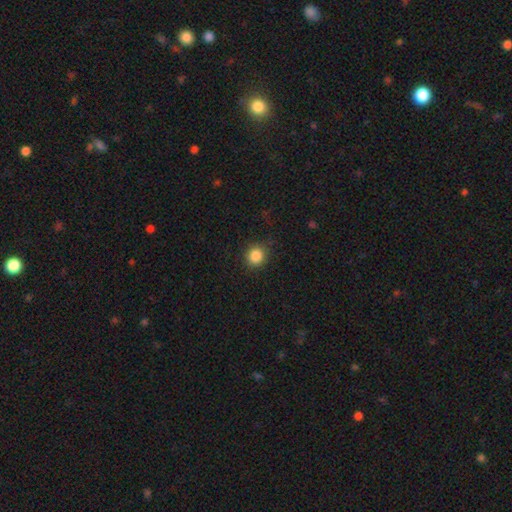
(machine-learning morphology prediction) A smooth galaxy with no disk features (86%) that is round (89%). Merging: none (86%).